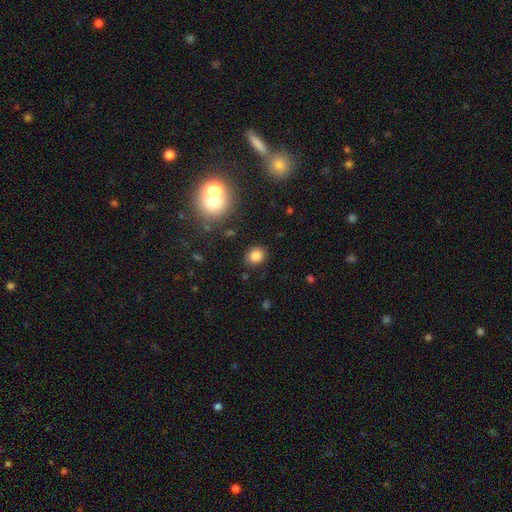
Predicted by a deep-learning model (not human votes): smooth 83%, star or artifact 12%, featured or disk 5%. Down the decision tree: how rounded — round (71%); merging — none (85%).